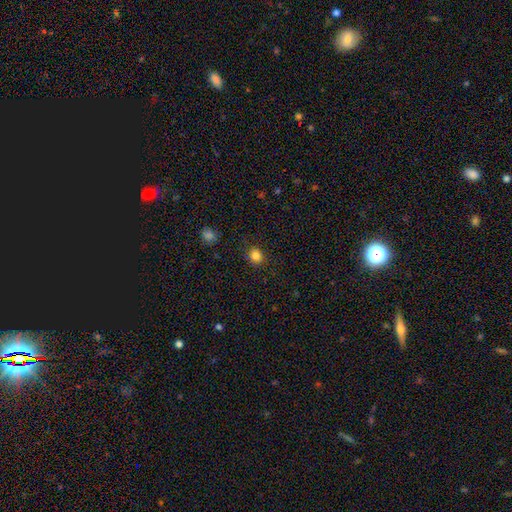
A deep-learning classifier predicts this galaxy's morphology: Smooth or featured: smooth — 84% (star or artifact — 12%)
How rounded: round — 72% (in between — 27%)
Merging: none — 86% (minor disturbance — 10%)